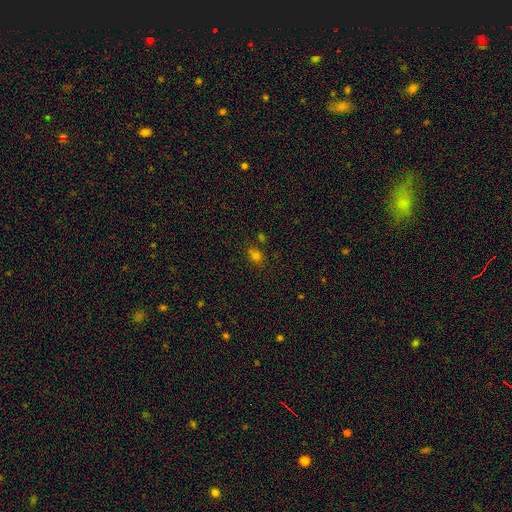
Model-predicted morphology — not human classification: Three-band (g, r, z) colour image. It shows a smooth galaxy with no disk features (70%) that is round (52%). Merging: none (69%).